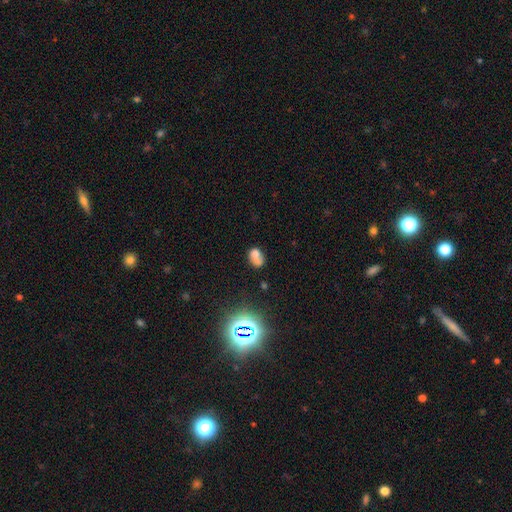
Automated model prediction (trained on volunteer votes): Smooth or featured? smooth (63%)
How rounded? in between (63%)
Merging? merger (47%)